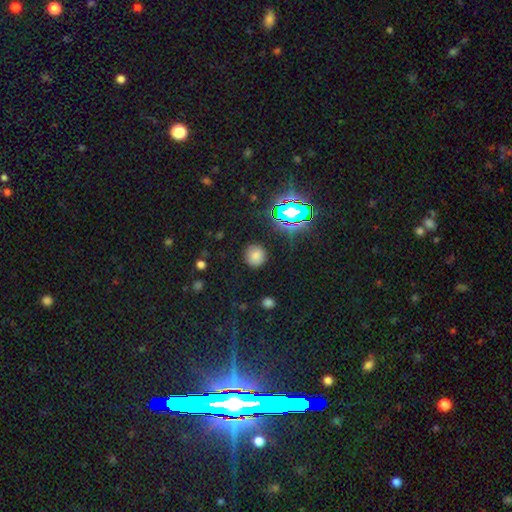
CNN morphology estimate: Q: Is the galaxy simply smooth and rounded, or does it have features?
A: smooth — 75%.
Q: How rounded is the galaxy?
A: round — 91%.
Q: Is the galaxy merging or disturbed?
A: none — 87%.